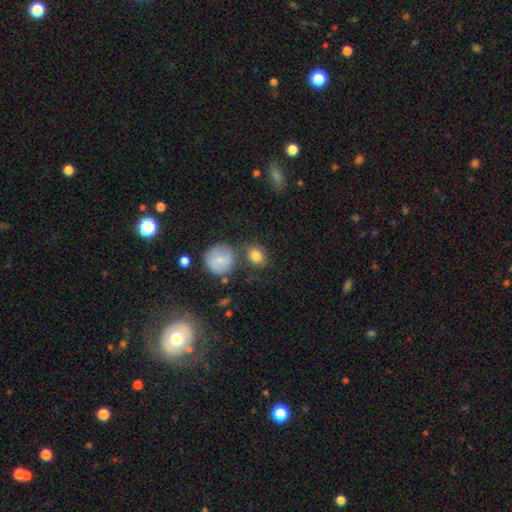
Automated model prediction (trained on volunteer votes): smooth 82%, featured or disk 10%, star or artifact 9%. Down the decision tree: how rounded — round (56%); merging — none (65%).